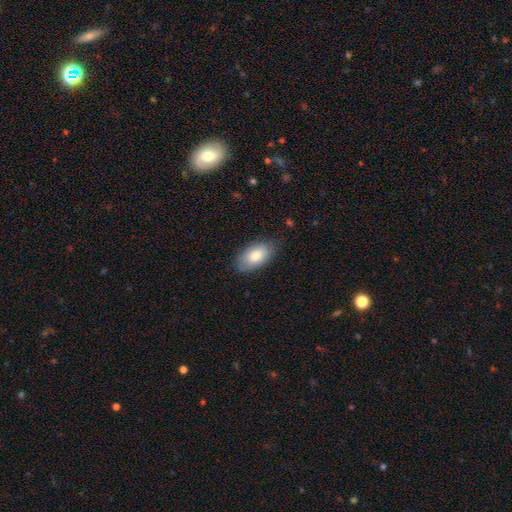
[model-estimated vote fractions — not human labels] Overall: smooth (81%). How rounded: in between (94%). Merging: none (76%).